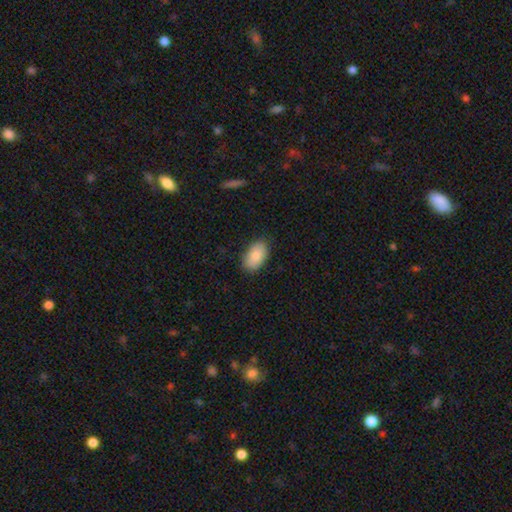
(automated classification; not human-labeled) Overall: smooth (88%). How rounded: in between (94%). Merging: none (85%).